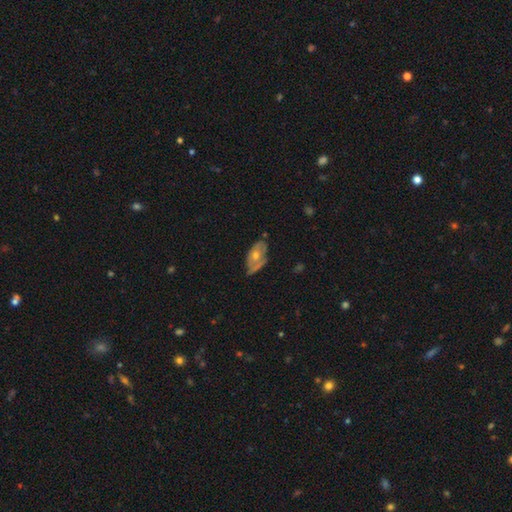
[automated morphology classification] smooth-or-featured: featured or disk: 59% | smooth: 34% | star or artifact: 8%
  disk-edge-on: no: 87% | yes: 13%
    bar: no: 86% | weak: 11% | strong: 3%
    has-spiral-arms: no: 63% | yes: 37%
    bulge-size: moderate: 67% | small: 27% | large: 4% | none: 1% | dominant: 1%
  merging: none: 67% | minor disturbance: 25% | major disturbance: 7% | merger: 2%